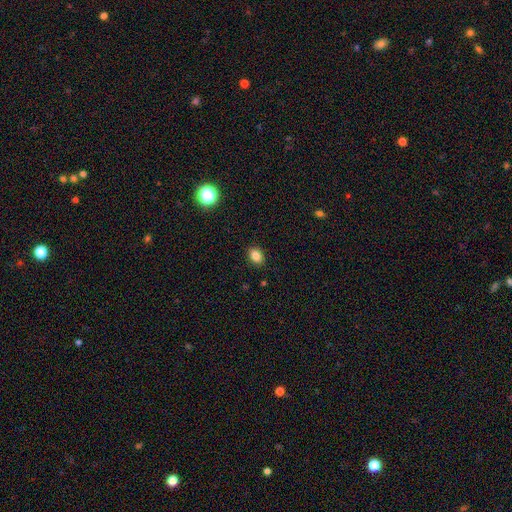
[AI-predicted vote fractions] Morphology: type=smooth (84%); roundness=in between (72%); merging=none (89%).